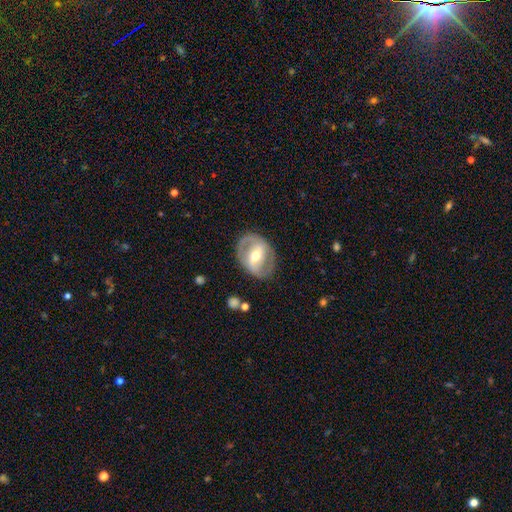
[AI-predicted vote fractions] A featured or disk galaxy (73%) with a strong bar (44%), spiral arms (64%) and a moderate central bulge (70%). Merging: none (80%).